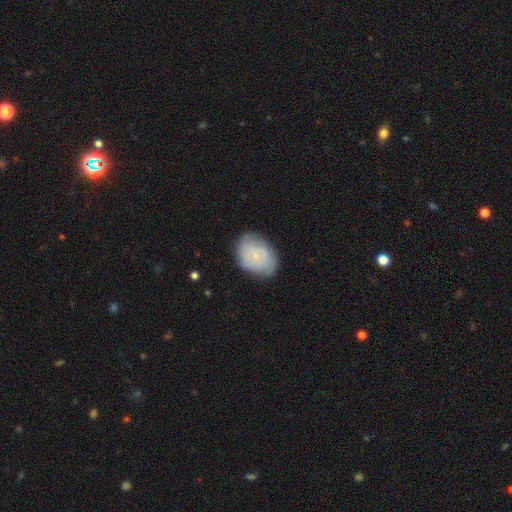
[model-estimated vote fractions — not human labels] featured or disk 50%, smooth 42%, star or artifact 8%. Down the decision tree: merging — none (72%).